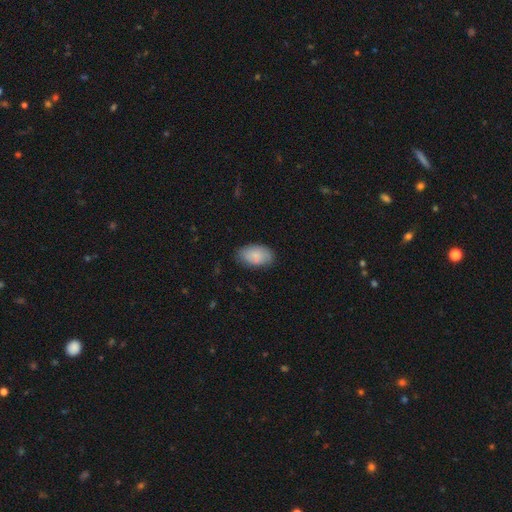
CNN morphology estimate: This appears to be a smooth galaxy with no disk features (85%) that is in between round and cigar-shaped (94%). Merging: none (79%).